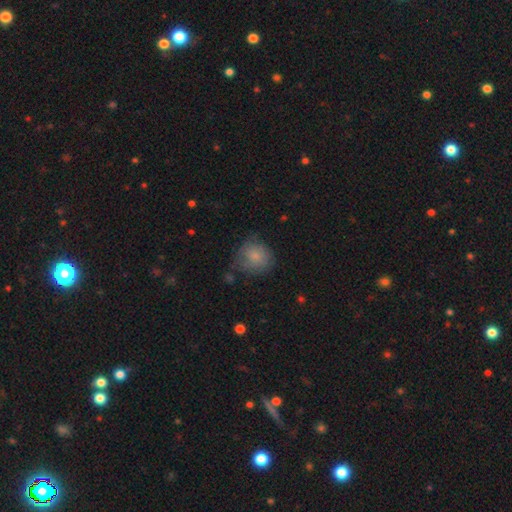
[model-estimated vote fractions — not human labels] Smooth or featured? smooth (80%)
How rounded? round (81%)
Merging? none (61%)